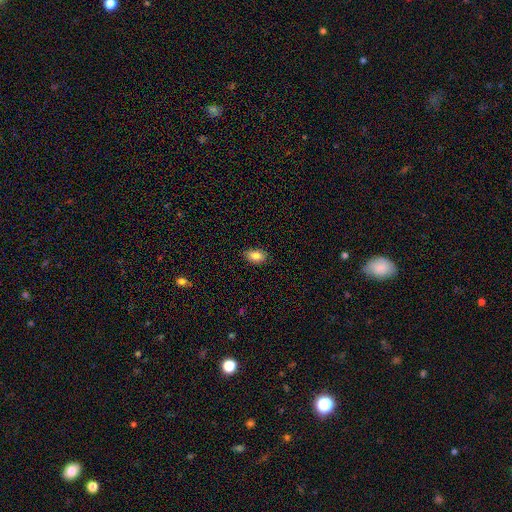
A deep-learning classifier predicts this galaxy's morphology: Q: Smooth or featured?
A: smooth (84%); runner-up: star or artifact (8%)
Q: How rounded?
A: in between (89%); runner-up: round (10%)
Q: Merging?
A: none (85%); runner-up: minor disturbance (12%)